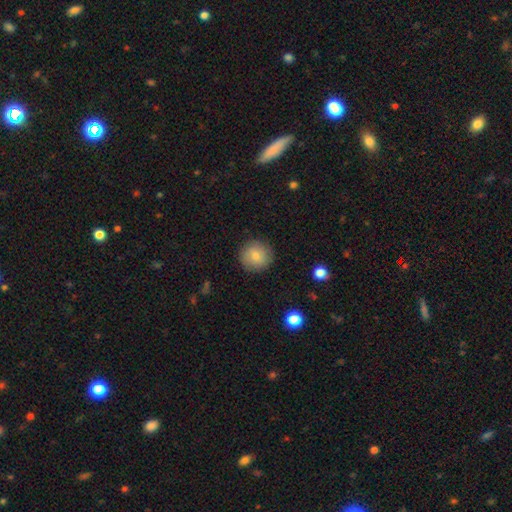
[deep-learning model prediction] Overall: smooth (82%). How rounded: round (93%). Merging: none (88%).